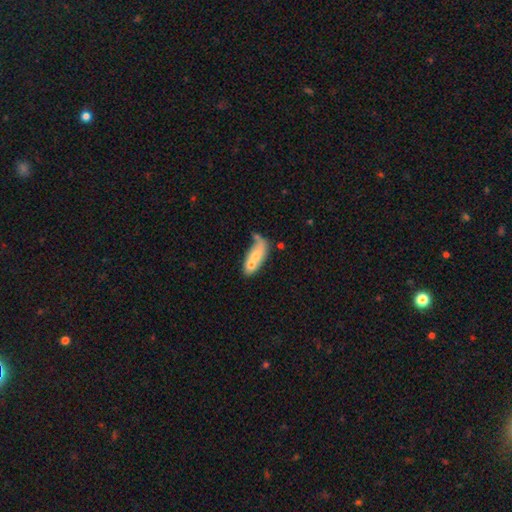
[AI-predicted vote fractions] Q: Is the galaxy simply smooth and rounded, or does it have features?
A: smooth — 58%.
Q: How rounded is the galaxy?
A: in between — 74%.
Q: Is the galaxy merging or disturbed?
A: merger — 58%.